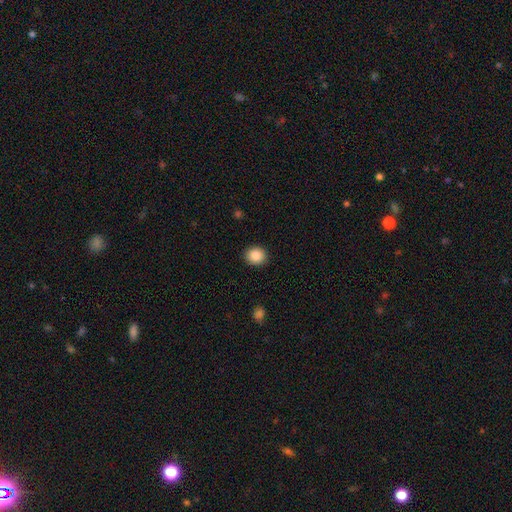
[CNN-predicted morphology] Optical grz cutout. It shows a smooth galaxy with no disk features (88%) that is round (75%). Merging: none (91%).